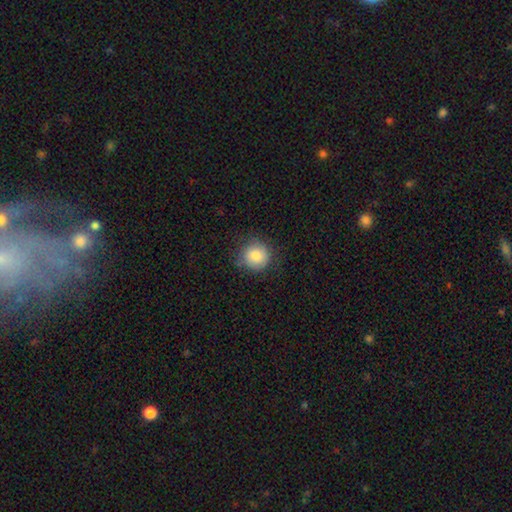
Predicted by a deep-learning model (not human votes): smooth_or_featured: smooth (p=0.85) [alt: star or artifact p=0.08]
how_rounded: round (p=0.91) [alt: in between p=0.08]
merging: none (p=0.79) [alt: minor disturbance p=0.16]